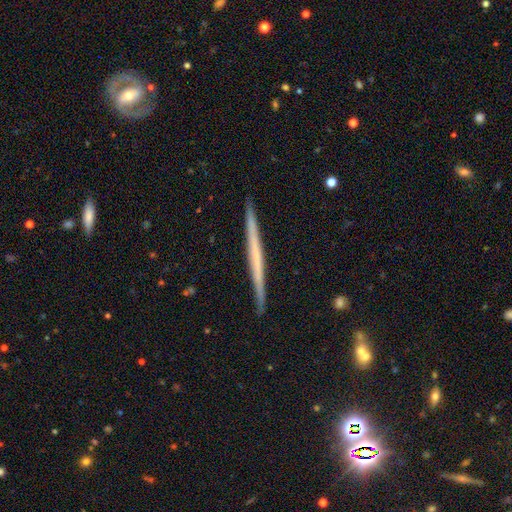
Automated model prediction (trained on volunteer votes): smooth_or_featured: featured or disk (p=0.60) [alt: smooth p=0.34]
disk_edge_on: yes (p=0.98) [alt: no p=0.02]
edge_on_bulge: none (p=0.89) [alt: rounded p=0.07]
merging: none (p=0.91) [alt: minor disturbance p=0.06]